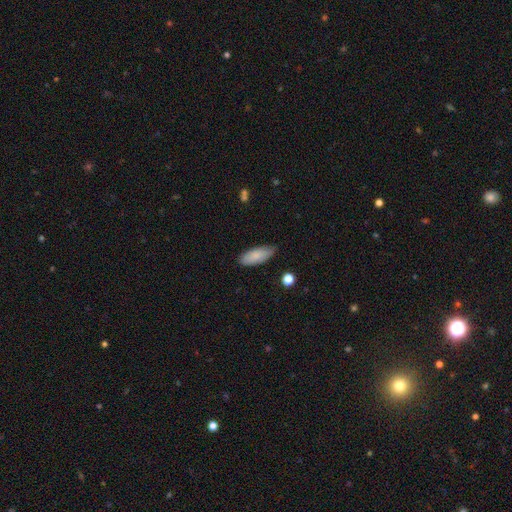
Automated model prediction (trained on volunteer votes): Q: Smooth or featured?
A: smooth (84%); runner-up: featured or disk (9%)
Q: How rounded?
A: in between (77%); runner-up: cigar-shaped (21%)
Q: Merging?
A: none (78%); runner-up: minor disturbance (18%)